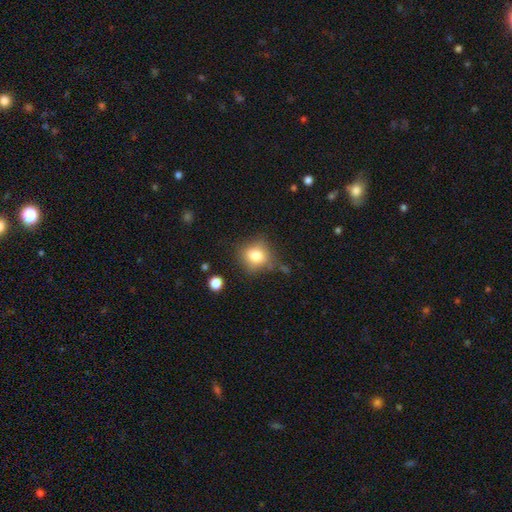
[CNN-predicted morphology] Smooth or featured?
  - smooth: 80% *
  - star or artifact: 11%
  - featured or disk: 9%
How rounded?
  - round: 79% *
  - in between: 20%
  - cigar-shaped: 1%
Merging?
  - none: 71% *
  - minor disturbance: 19%
  - major disturbance: 6%
  - merger: 4%